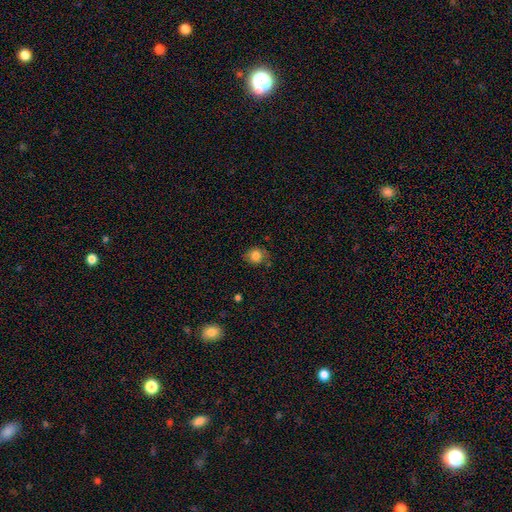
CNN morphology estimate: This is clearly a smooth galaxy (83%). How rounded: likely round (73%). Merging: likely none (74%).